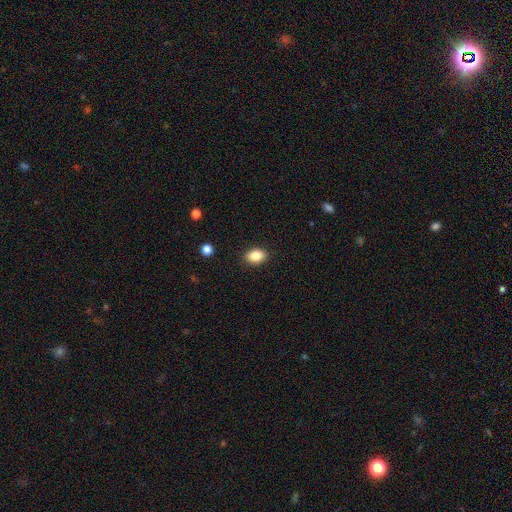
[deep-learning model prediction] A smooth galaxy with no disk features (86%) that is in between round and cigar-shaped (82%).

Vote fractions:
- Smooth or featured? smooth: 86% / star or artifact: 8% / featured or disk: 6%
- How rounded? in between: 82% / round: 17% / cigar-shaped: 1%
- Merging? none: 89% / minor disturbance: 8% / major disturbance: 2% / merger: 1%